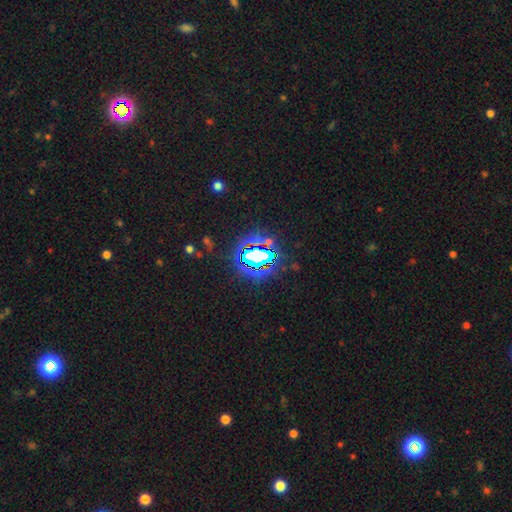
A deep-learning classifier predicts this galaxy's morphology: type=star or artifact (70%).